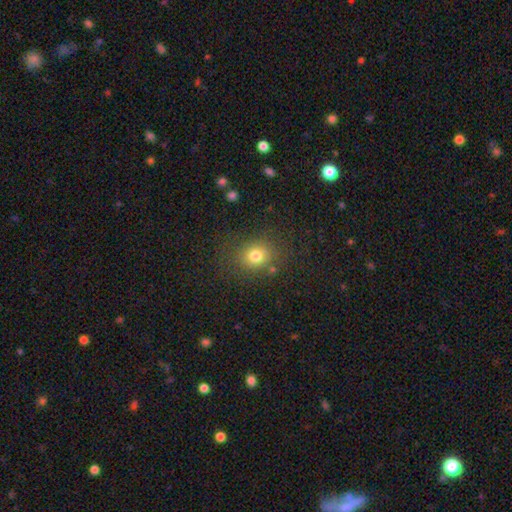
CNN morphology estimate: Smooth or featured?
  - smooth: 77% *
  - star or artifact: 15%
  - featured or disk: 8%
How rounded?
  - round: 71% *
  - in between: 29%
  - cigar-shaped: 1%
Merging?
  - none: 81% *
  - minor disturbance: 11%
  - major disturbance: 5%
  - merger: 3%